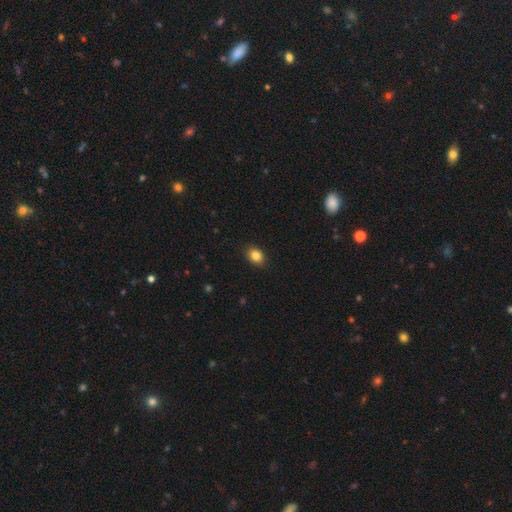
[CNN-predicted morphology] smooth_or_featured: smooth (p=0.85) [alt: star or artifact p=0.09]
how_rounded: in between (p=0.66) [alt: round p=0.33]
merging: none (p=0.89) [alt: minor disturbance p=0.08]